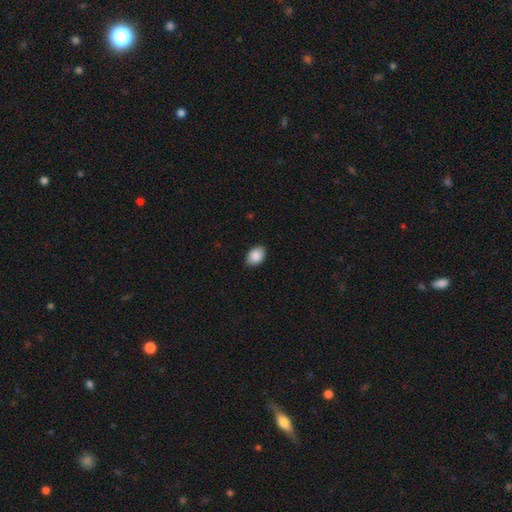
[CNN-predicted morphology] The model was most divided on "how rounded": in between: 84%, round: 15%, cigar-shaped: 1%. More confident: smooth or featured — smooth (89%); merging — none (87%).